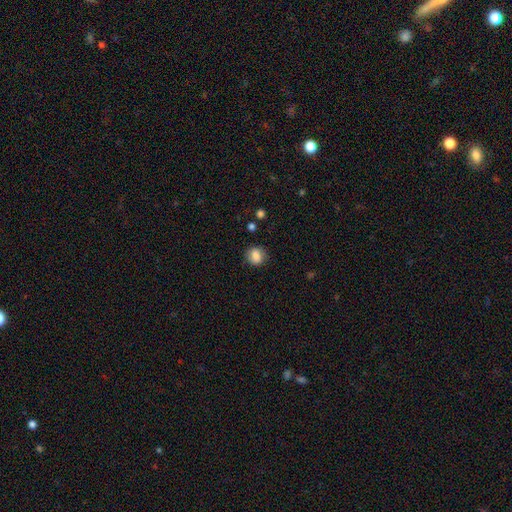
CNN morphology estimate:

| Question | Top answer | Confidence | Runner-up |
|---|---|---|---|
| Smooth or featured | smooth | 81% | star or artifact (9%) |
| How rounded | round | 68% | in between (31%) |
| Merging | none | 82% | minor disturbance (13%) |